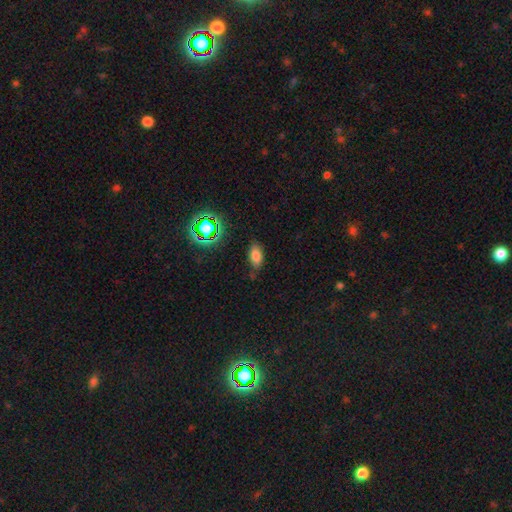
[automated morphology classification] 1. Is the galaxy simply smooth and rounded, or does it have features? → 75% smooth, 16% star or artifact, 9% featured or disk.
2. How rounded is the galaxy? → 88% in between, 6% round, 6% cigar-shaped.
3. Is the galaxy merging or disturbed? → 76% none, 17% minor disturbance, 4% major disturbance, 2% merger.